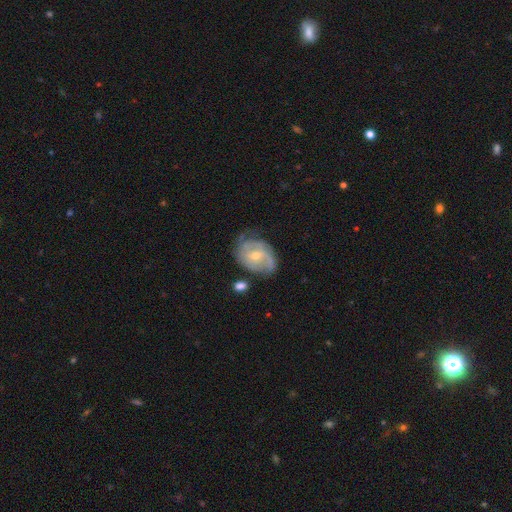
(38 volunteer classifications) Volunteers were most divided on "bar": no: 50%, weak: 47%, strong: 3%. Remaining: edge-on disk — no (97%); spiral arms — yes (90%); smooth or featured — featured or disk (82%); merging — none (69%); bulge size — small (53%); spiral arm count — 2 (52%); spiral winding — tight (37%).